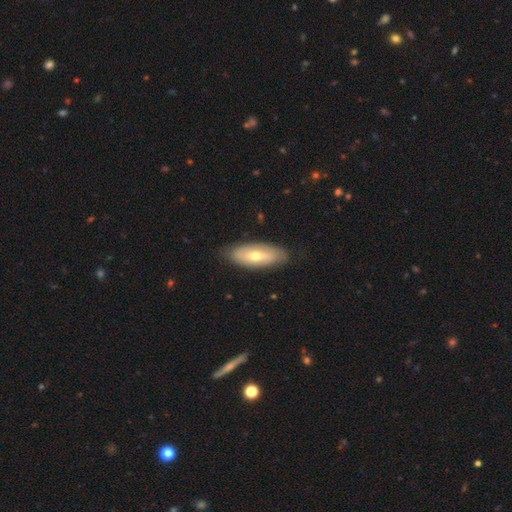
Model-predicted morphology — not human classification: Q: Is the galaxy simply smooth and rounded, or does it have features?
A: smooth — 55%.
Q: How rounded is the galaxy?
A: in between — 77%.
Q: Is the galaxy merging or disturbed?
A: none — 83%.